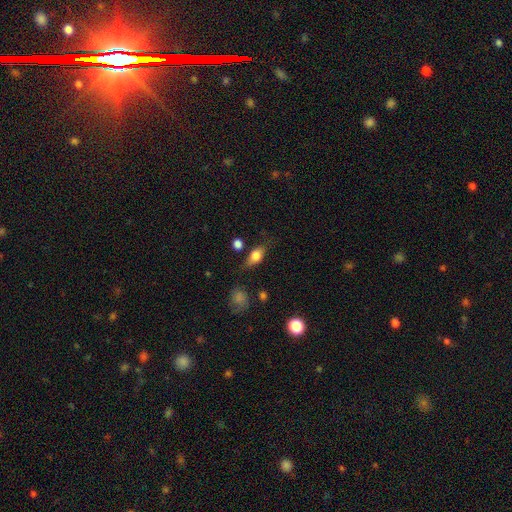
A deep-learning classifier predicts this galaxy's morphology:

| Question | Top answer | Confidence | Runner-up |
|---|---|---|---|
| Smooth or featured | smooth | 69% | featured or disk (23%) |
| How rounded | in between | 75% | round (14%) |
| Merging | none | 66% | minor disturbance (22%) |